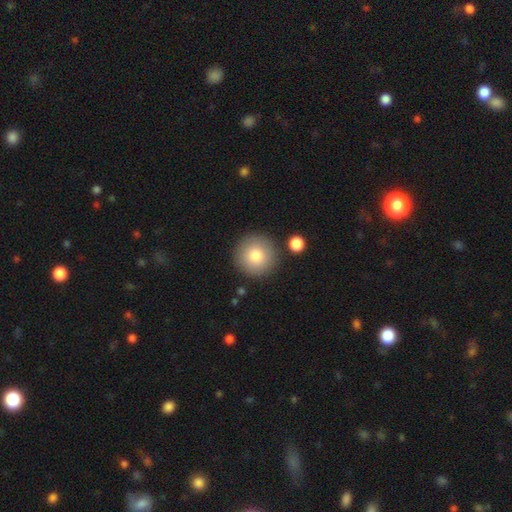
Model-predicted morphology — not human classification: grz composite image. It shows a smooth galaxy with no disk features (81%) that is round (96%). Merging: none (86%).